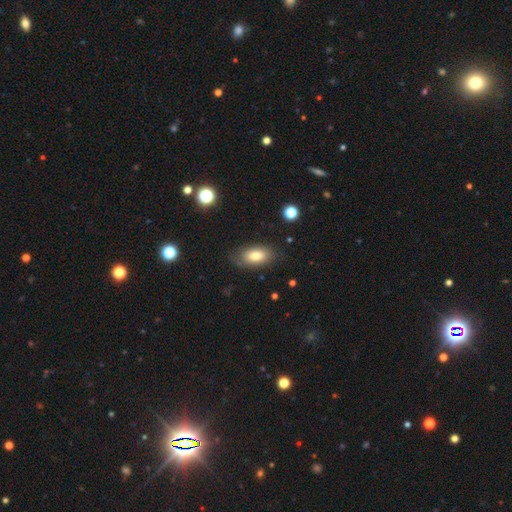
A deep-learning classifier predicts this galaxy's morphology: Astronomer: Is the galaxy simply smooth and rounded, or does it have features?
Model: smooth — 74%.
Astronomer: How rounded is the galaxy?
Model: in between — 91%.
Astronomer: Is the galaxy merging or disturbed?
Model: none — 75%.